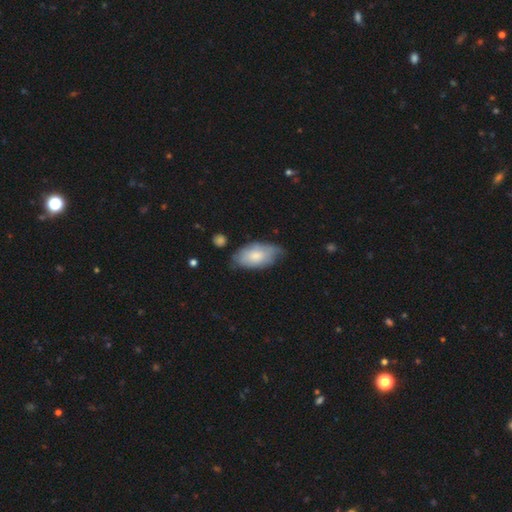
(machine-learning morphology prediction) type=smooth (70%); roundness=in between (94%); merging=none (52%).